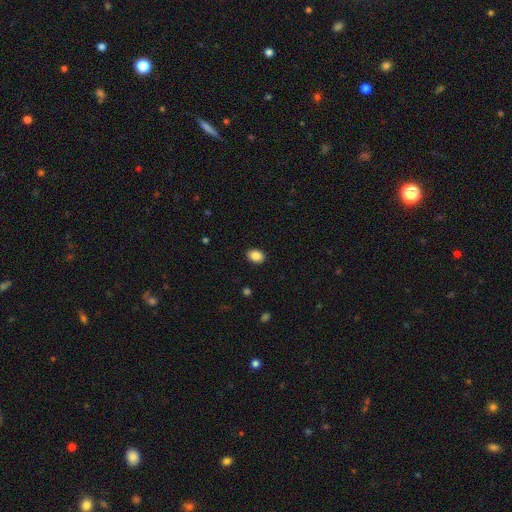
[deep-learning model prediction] This is clearly a smooth galaxy (88%). How rounded: likely in between (80%). Merging: clearly none (90%).